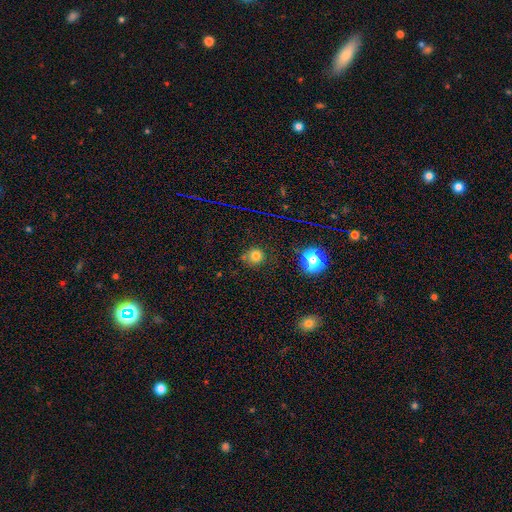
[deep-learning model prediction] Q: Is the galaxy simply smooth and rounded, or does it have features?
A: smooth — 72%.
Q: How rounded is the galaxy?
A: round — 90%.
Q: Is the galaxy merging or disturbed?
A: none — 74%.